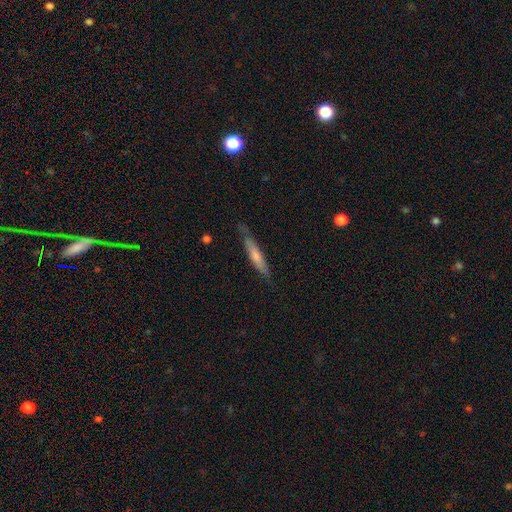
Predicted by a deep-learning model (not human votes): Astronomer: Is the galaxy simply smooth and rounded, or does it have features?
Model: smooth — 53% (runner-up: featured or disk, 41%).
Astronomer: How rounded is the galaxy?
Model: cigar-shaped — 92%.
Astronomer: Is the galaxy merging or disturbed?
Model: none — 76%.